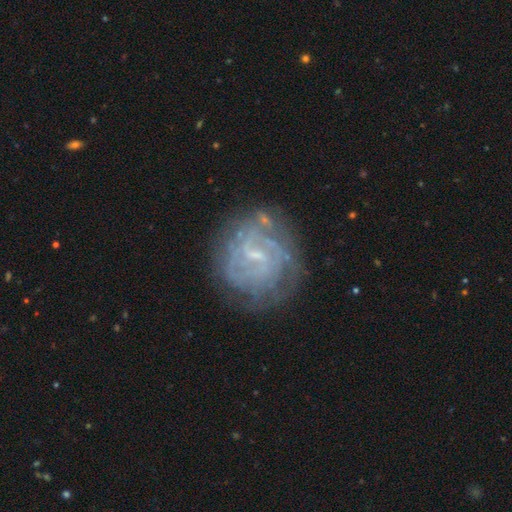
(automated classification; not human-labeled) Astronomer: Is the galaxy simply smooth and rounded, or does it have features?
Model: featured or disk — 81%.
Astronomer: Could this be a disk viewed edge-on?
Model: no — 98%.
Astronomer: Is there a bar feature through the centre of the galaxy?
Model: weak — 60%.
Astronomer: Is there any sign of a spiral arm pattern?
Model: yes — 86%.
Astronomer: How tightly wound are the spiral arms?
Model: tight — 65%.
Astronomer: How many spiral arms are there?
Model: can't tell — 47%.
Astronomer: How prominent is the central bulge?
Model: small — 66%.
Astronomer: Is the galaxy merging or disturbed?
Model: none — 71%.